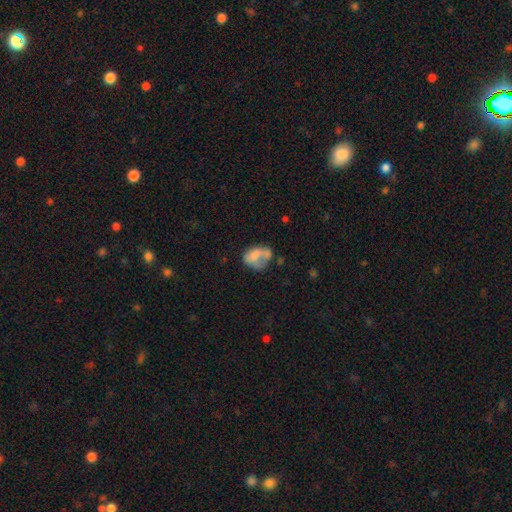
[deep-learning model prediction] Smooth or featured?
  - smooth: 60% *
  - featured or disk: 29%
  - star or artifact: 10%
How rounded?
  - in between: 71% *
  - round: 28%
  - cigar-shaped: 1%
Merging?
  - none: 31% *
  - major disturbance: 26%
  - minor disturbance: 24%
  - merger: 18%